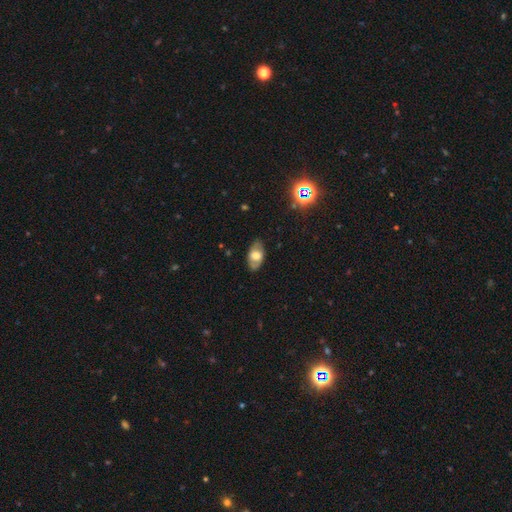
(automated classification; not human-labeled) smooth-or-featured: smooth: 52% | featured or disk: 40% | star or artifact: 8%
  how-rounded: in between: 91% | round: 7% | cigar-shaped: 2%
  merging: none: 80% | minor disturbance: 15% | major disturbance: 4% | merger: 1%